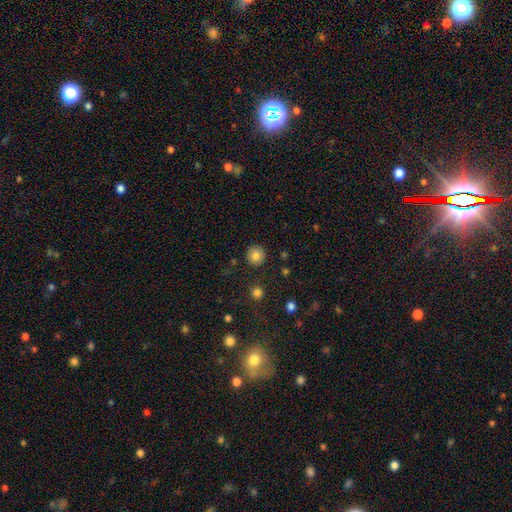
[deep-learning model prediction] smooth_or_featured: smooth (p=0.83) [alt: star or artifact p=0.10]
how_rounded: round (p=0.93) [alt: in between p=0.06]
merging: none (p=0.90) [alt: minor disturbance p=0.06]